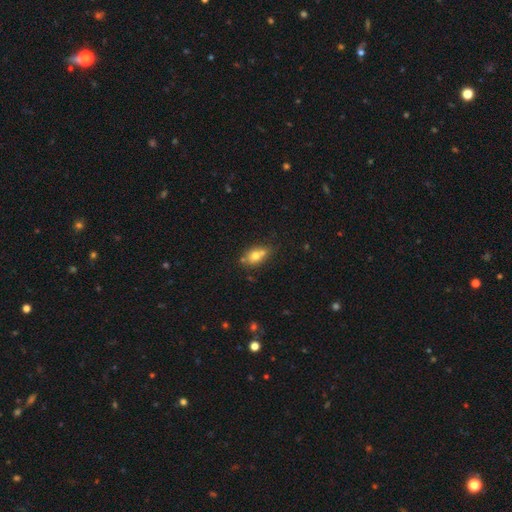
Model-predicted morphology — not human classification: type=smooth (70%); roundness=in between (65%); merging=none (46%).